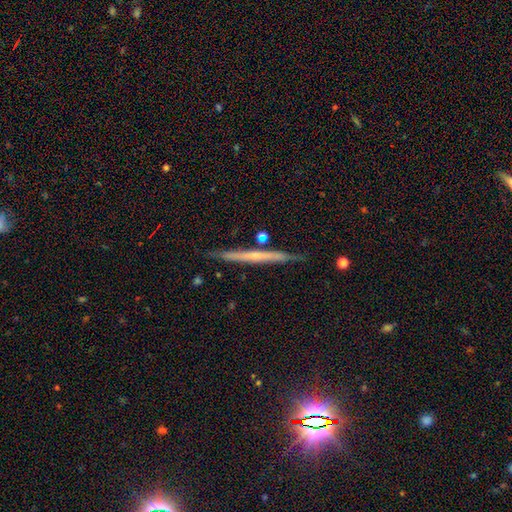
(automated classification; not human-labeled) Smooth or featured?
  - featured or disk: 63% *
  - smooth: 29%
  - star or artifact: 8%
Edge-on disk?
  - yes: 97% *
  - no: 3%
Edge-on bulge?
  - none: 68% *
  - rounded: 27%
  - boxy: 5%
Merging?
  - none: 87% *
  - minor disturbance: 8%
  - merger: 3%
  - major disturbance: 2%